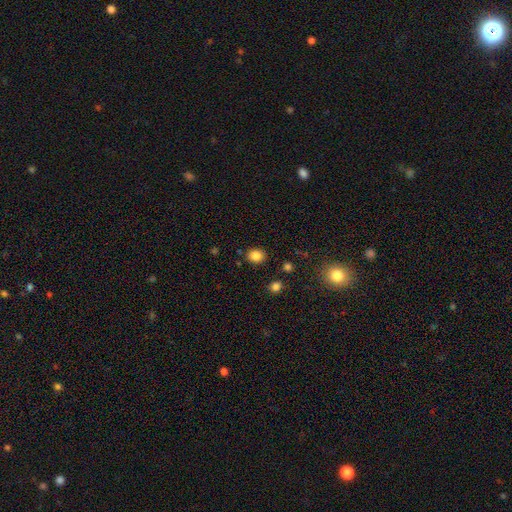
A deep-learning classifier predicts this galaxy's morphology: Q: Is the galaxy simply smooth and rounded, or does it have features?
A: smooth — 84%.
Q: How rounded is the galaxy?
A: round — 62%.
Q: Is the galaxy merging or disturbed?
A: none — 86%.